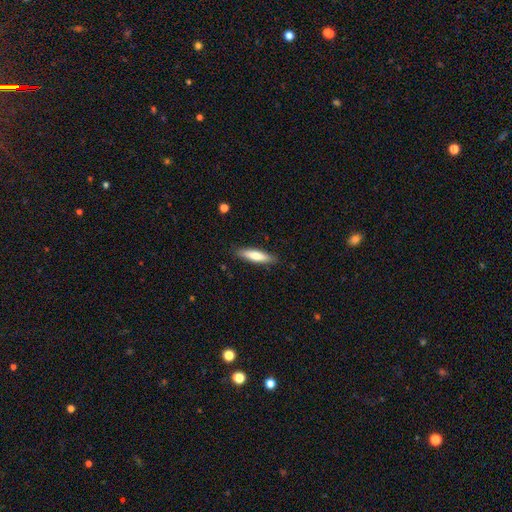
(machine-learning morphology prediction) Smooth or featured? Predicted: smooth (p=0.70). How rounded? Predicted: cigar-shaped (p=0.73). Merging? Predicted: none (p=0.87).